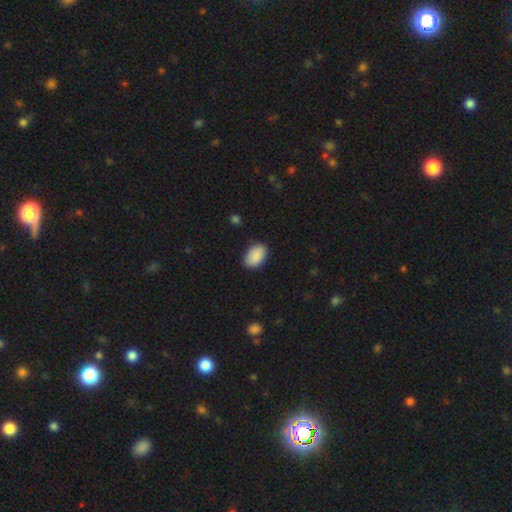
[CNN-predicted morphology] This appears to be a smooth galaxy with no disk features (89%) that is in between round and cigar-shaped (91%). Merging: none (84%).